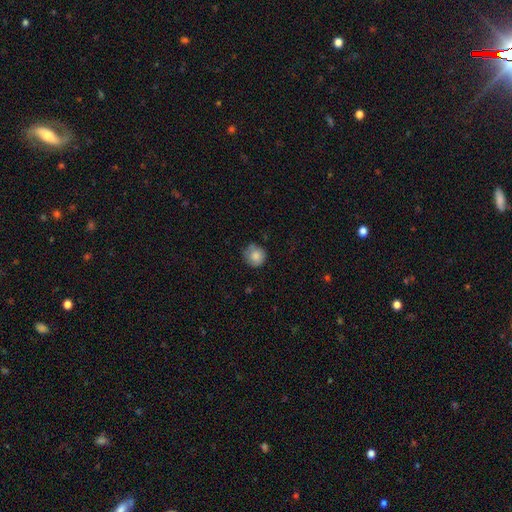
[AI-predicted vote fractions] smooth-or-featured: smooth: 82% | featured or disk: 9% | star or artifact: 9%
  how-rounded: round: 91% | in between: 8% | cigar-shaped: 1%
  merging: none: 72% | minor disturbance: 22% | major disturbance: 4% | merger: 2%